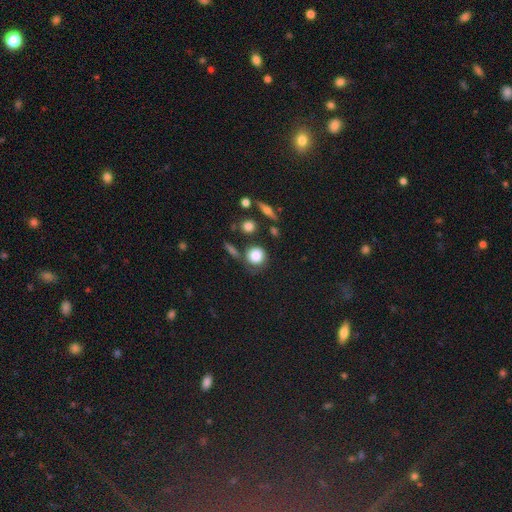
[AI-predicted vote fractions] A smooth galaxy with no disk features (82%) that is round (87%).

Vote fractions:
- Smooth or featured? smooth: 82% / star or artifact: 9% / featured or disk: 9%
- How rounded? round: 87% / in between: 12% / cigar-shaped: 2%
- Merging? none: 69% / minor disturbance: 16% / merger: 9% / major disturbance: 6%